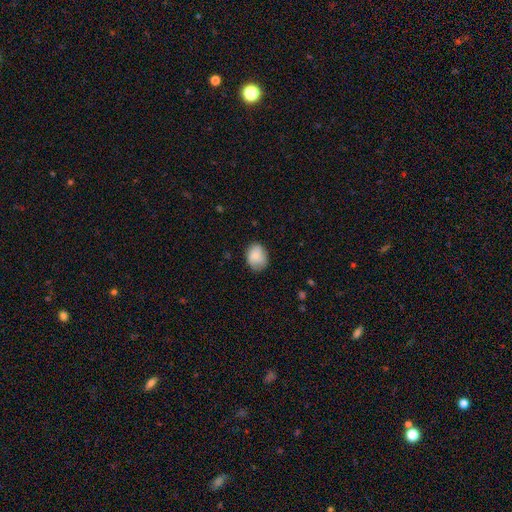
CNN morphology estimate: Smooth or featured? smooth (80%)
How rounded? in between (53%)
Merging? none (76%)